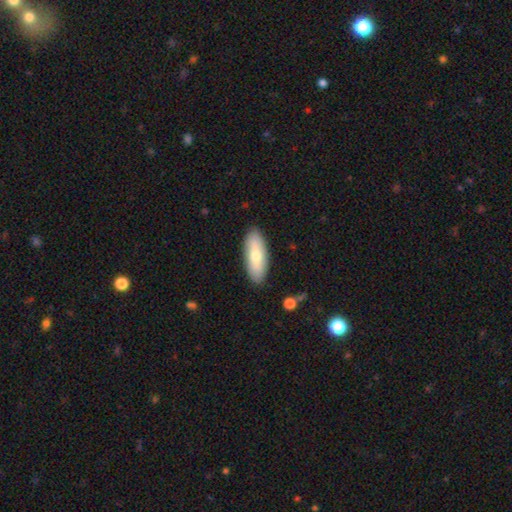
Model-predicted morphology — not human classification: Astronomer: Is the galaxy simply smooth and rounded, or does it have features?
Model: smooth — 67%.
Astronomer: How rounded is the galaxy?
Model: in between — 72%.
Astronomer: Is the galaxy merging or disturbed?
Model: none — 88%.